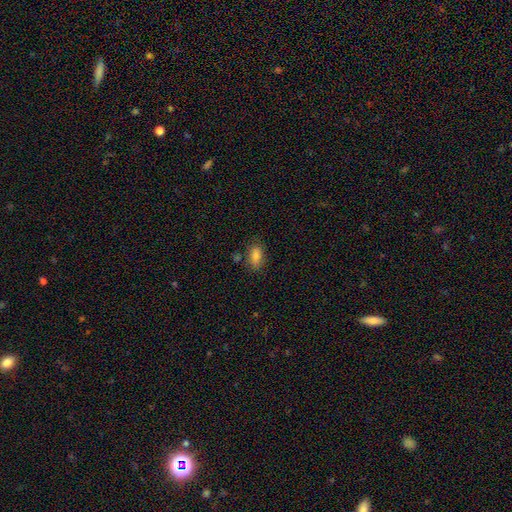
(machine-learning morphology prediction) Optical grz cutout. It shows a smooth galaxy with no disk features (82%) that is in between round and cigar-shaped (88%). Merging: none (79%).